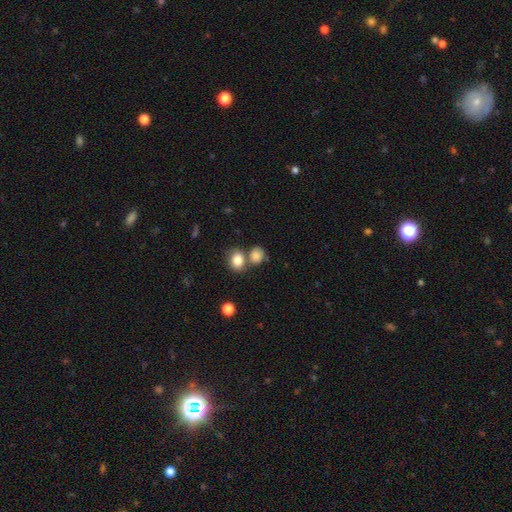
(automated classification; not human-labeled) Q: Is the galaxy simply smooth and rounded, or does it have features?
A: smooth — 83%.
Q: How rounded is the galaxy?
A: round — 70%.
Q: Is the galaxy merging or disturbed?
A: none — 51%.